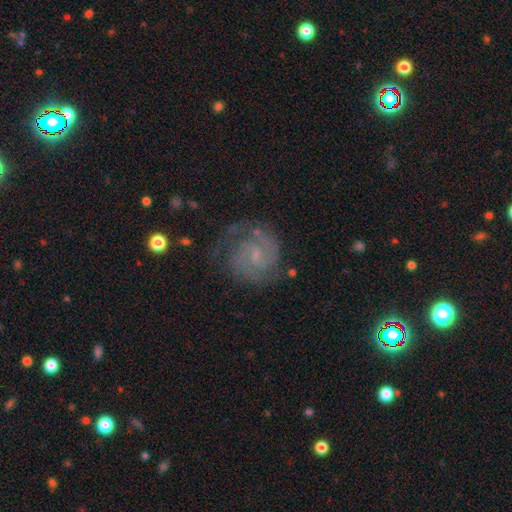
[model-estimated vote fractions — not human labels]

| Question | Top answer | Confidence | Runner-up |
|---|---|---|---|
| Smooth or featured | featured or disk | 80% | smooth (12%) |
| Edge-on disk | no | 98% | yes (2%) |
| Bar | weak | 48% | no (44%) |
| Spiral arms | yes | 95% | no (5%) |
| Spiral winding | tight | 49% | medium (40%) |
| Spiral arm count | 2 | 64% | can't tell (17%) |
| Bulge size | small | 65% | none (18%) |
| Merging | none | 70% | minor disturbance (18%) |